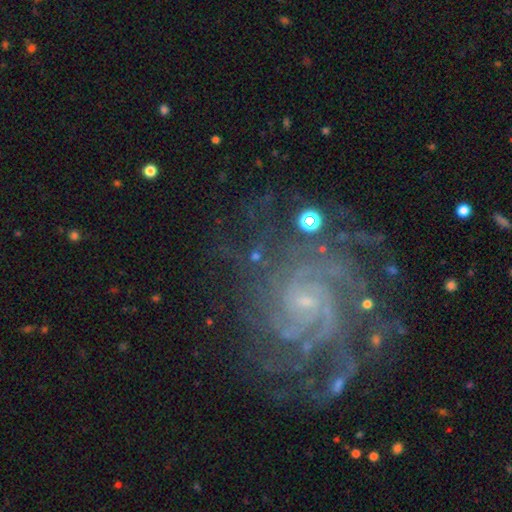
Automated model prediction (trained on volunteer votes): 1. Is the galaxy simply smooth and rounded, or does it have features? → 89% featured or disk, 7% star or artifact, 4% smooth.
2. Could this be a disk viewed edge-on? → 98% no, 2% yes.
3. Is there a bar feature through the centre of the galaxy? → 58% no, 32% weak, 10% strong.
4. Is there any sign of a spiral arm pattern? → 98% yes, 2% no.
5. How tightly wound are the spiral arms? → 69% tight, 27% medium, 4% loose.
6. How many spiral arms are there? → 21% 4, 19% can't tell, 18% 3, 17% 2, 17% more than 4, 9% 1.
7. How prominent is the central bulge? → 83% small, 9% moderate, 6% none, 1% large, 1% dominant.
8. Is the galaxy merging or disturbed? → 70% none, 16% minor disturbance, 10% major disturbance, 4% merger.